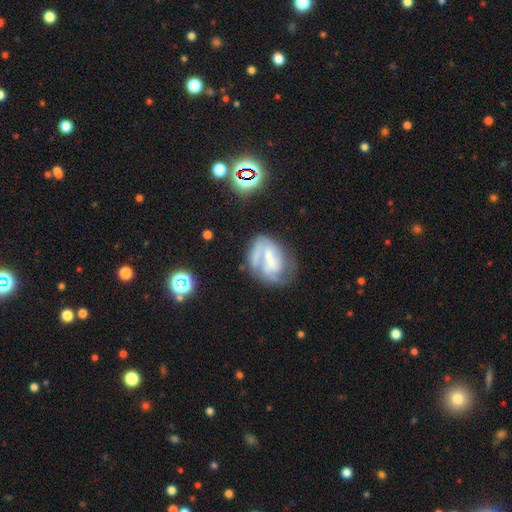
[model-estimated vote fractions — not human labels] This appears to be a featured or disk galaxy (54%) with no bar (38%), no spiral arms (50%, tied with yes) and no central bulge (43%). Merging: none (39%).